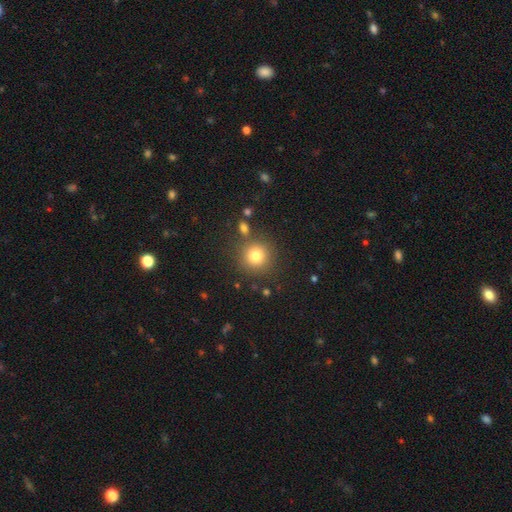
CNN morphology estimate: smooth_or_featured: smooth (p=0.79) [alt: star or artifact p=0.13]
how_rounded: round (p=0.93) [alt: in between p=0.06]
merging: none (p=0.82) [alt: minor disturbance p=0.08]